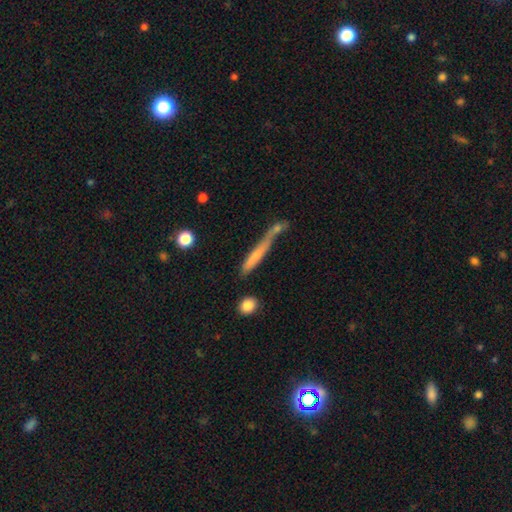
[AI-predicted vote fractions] Smooth or featured? Predicted: smooth (p=0.59). How rounded? Predicted: cigar-shaped (p=0.91). Merging? Predicted: none (p=0.46).